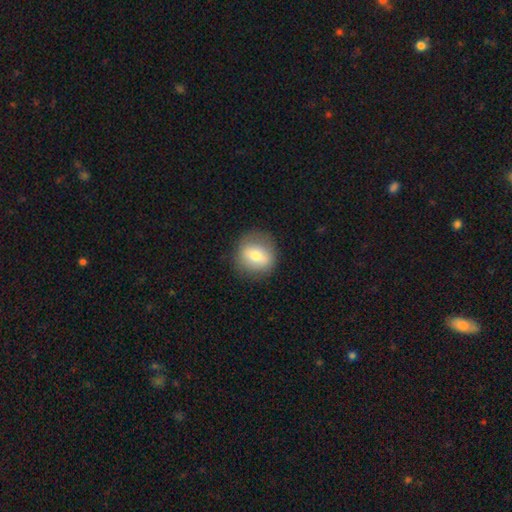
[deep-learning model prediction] Smooth or featured? smooth (67%)
How rounded? round (80%)
Merging? none (84%)